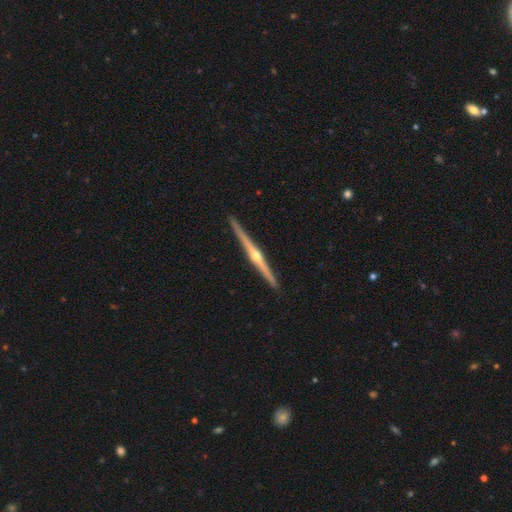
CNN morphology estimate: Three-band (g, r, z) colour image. It shows a featured or disk galaxy (87%) viewed edge-on (99%) with a rounded central bulge (92%). Merging: none (93%).